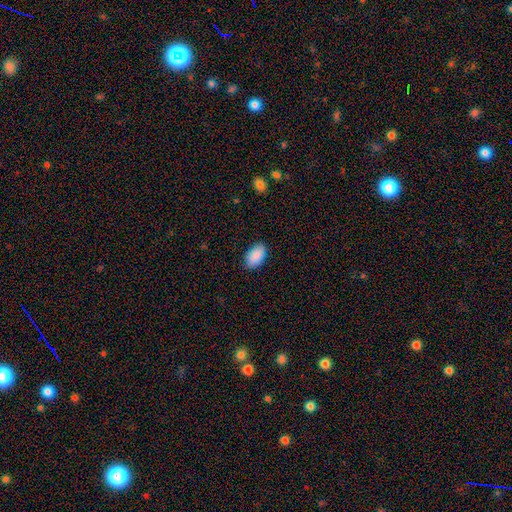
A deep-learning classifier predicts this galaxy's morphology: The model was most divided on "merging": none: 85%, minor disturbance: 12%, major disturbance: 2%, merger: 1%. More confident: how rounded — in between (94%); smooth or featured — smooth (90%).